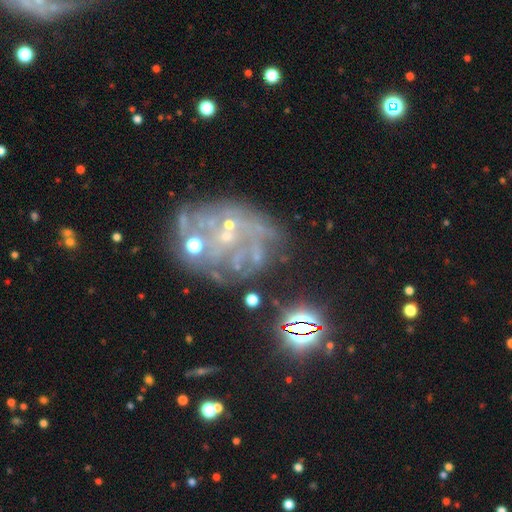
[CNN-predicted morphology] smooth-or-featured: featured or disk: 62% | star or artifact: 23% | smooth: 15%
  disk-edge-on: no: 97% | yes: 3%
    bar: no: 83% | weak: 13% | strong: 4%
    has-spiral-arms: yes: 51% | no: 49%
    bulge-size: small: 45% | none: 34% | moderate: 17% | large: 2% | dominant: 2%
  merging: none: 46% | major disturbance: 24% | minor disturbance: 19% | merger: 11%